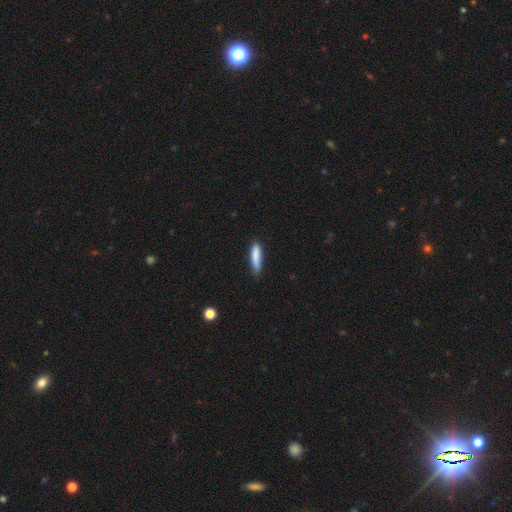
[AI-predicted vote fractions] smooth-or-featured: smooth: 86% | featured or disk: 8% | star or artifact: 6%
  how-rounded: cigar-shaped: 75% | in between: 23% | round: 1%
  merging: none: 74% | minor disturbance: 22% | major disturbance: 3% | merger: 2%